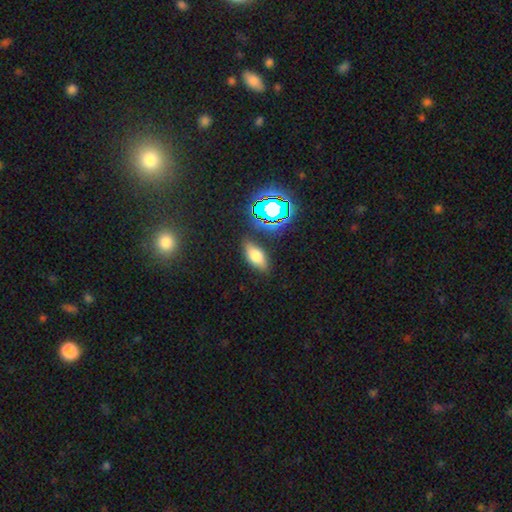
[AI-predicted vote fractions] A smooth galaxy with no disk features (64%) that is in between round and cigar-shaped (85%). Merging: none (80%).